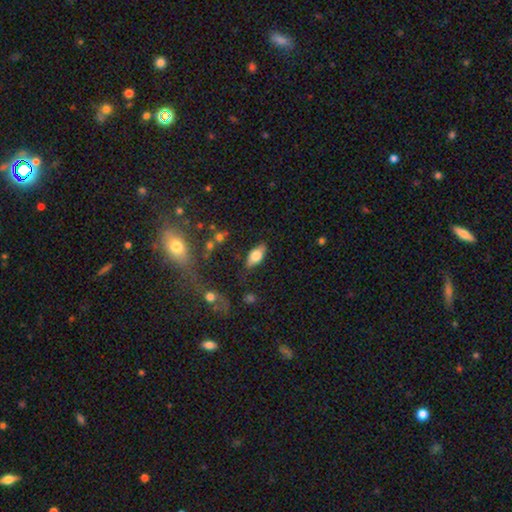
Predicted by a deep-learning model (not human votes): A smooth galaxy with no disk features (73%) that is in between round and cigar-shaped (87%).

Vote fractions:
- Smooth or featured? smooth: 73% / featured or disk: 20% / star or artifact: 7%
- How rounded? in between: 87% / cigar-shaped: 9% / round: 3%
- Merging? none: 80% / minor disturbance: 14% / major disturbance: 4% / merger: 2%